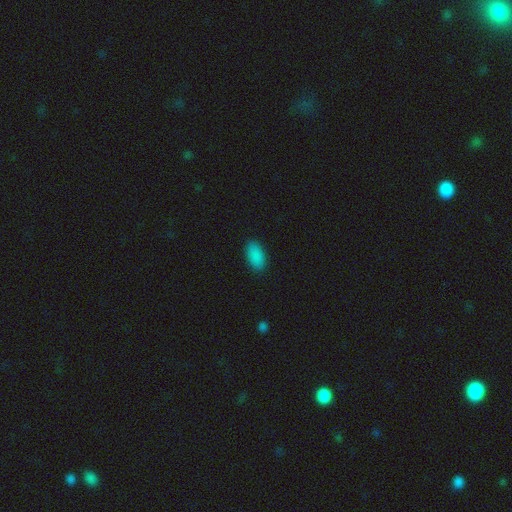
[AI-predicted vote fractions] Smooth or featured: smooth — 88% (star or artifact — 8%)
How rounded: in between — 93% (cigar-shaped — 4%)
Merging: none — 88% (minor disturbance — 9%)